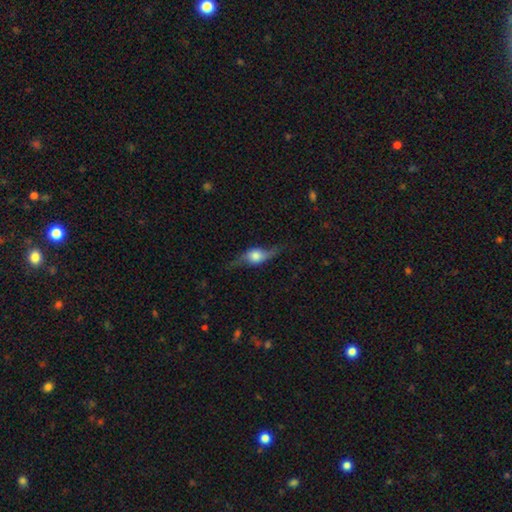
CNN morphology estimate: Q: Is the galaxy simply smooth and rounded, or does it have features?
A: featured or disk — 58%.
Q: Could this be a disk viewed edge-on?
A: yes — 76%.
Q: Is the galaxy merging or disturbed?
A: none — 63%.